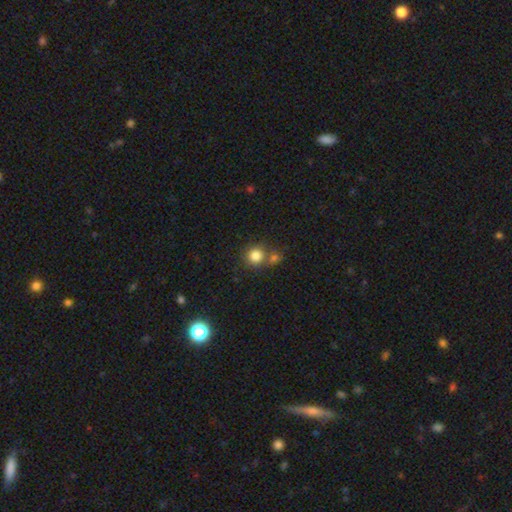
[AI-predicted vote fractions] smooth-or-featured: smooth: 82% | star or artifact: 11% | featured or disk: 7%
  how-rounded: round: 90% | in between: 9% | cigar-shaped: 1%
  merging: none: 57% | merger: 31% | minor disturbance: 8% | major disturbance: 4%